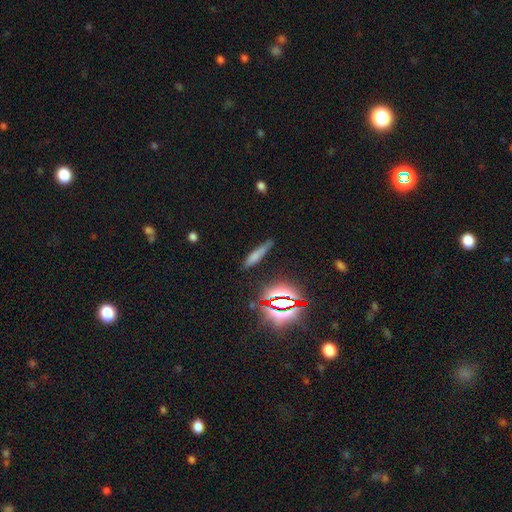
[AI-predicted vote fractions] Smooth or featured?
  - smooth: 65% *
  - star or artifact: 19%
  - featured or disk: 16%
How rounded?
  - cigar-shaped: 81% *
  - in between: 16%
  - round: 3%
Merging?
  - none: 71% *
  - minor disturbance: 19%
  - major disturbance: 6%
  - merger: 4%